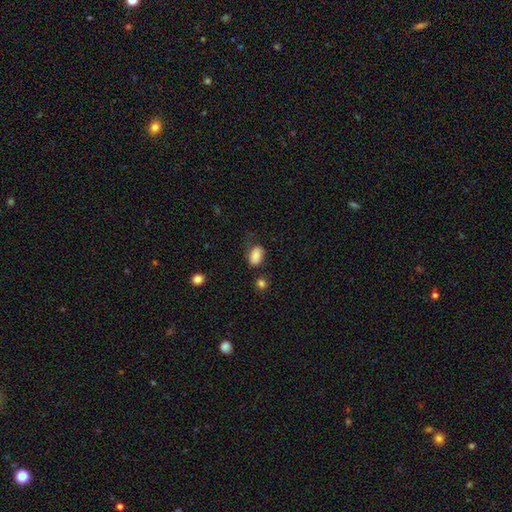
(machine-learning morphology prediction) A smooth galaxy with no disk features (86%) that is in between round and cigar-shaped (87%). Merging: none (62%).